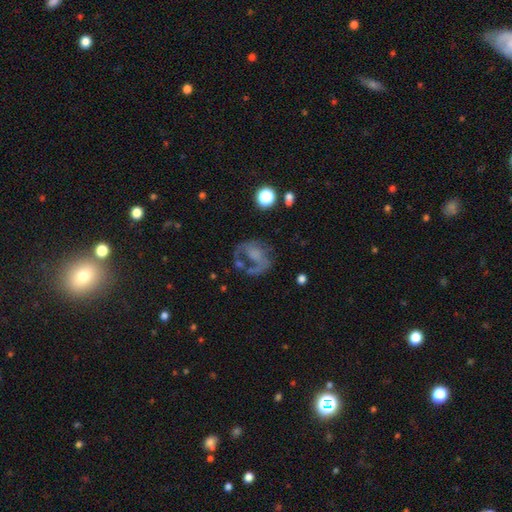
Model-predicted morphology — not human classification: Smooth or featured? featured or disk (58%)
Edge-on disk? no (97%)
Bar? no (78%)
Spiral arms? no (52%)
Bulge size? none (54%)
Merging? major disturbance (39%)